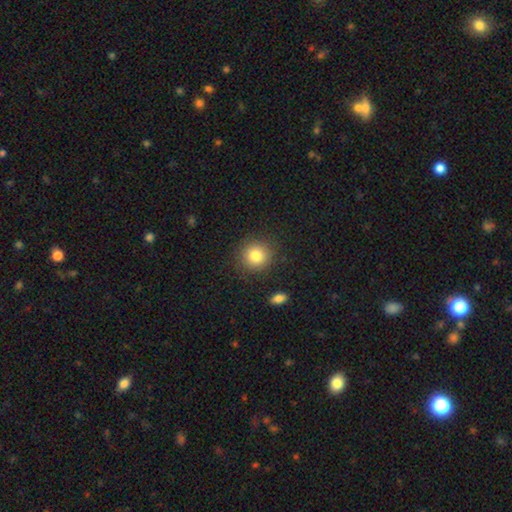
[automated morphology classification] Q: Smooth or featured?
A: smooth (82%); runner-up: star or artifact (10%)
Q: How rounded?
A: round (90%); runner-up: in between (10%)
Q: Merging?
A: none (87%); runner-up: minor disturbance (8%)